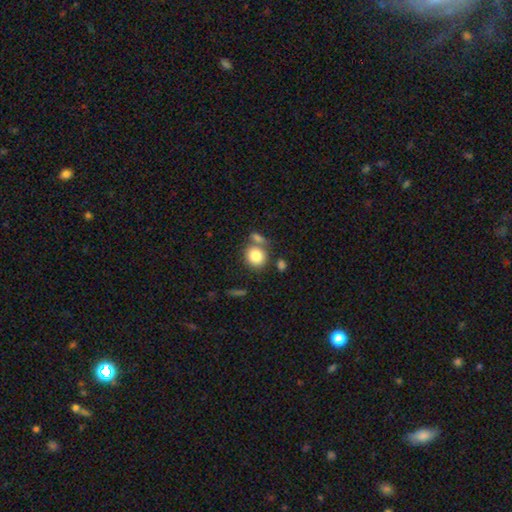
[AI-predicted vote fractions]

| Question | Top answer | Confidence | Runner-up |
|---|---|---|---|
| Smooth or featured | smooth | 83% | featured or disk (9%) |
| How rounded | round | 77% | in between (22%) |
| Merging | none | 58% | merger (27%) |